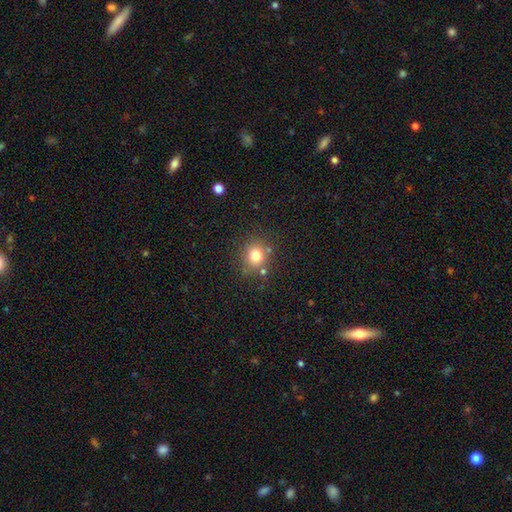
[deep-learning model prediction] Overall: smooth (77%). How rounded: round (85%). Merging: none (77%).